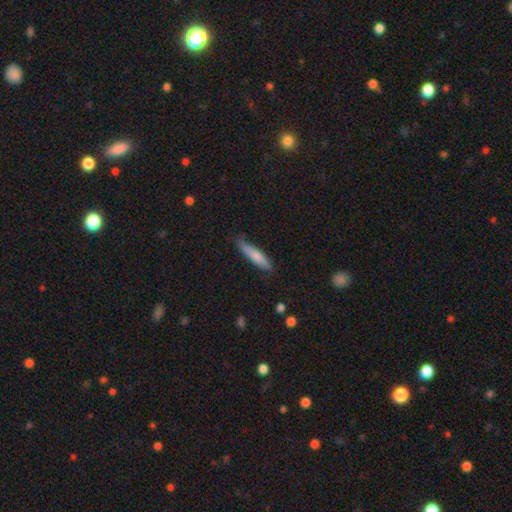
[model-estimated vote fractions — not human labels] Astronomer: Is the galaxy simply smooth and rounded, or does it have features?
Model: smooth — 74%.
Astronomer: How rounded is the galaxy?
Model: cigar-shaped — 85%.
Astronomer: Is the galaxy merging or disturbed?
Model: none — 74%.